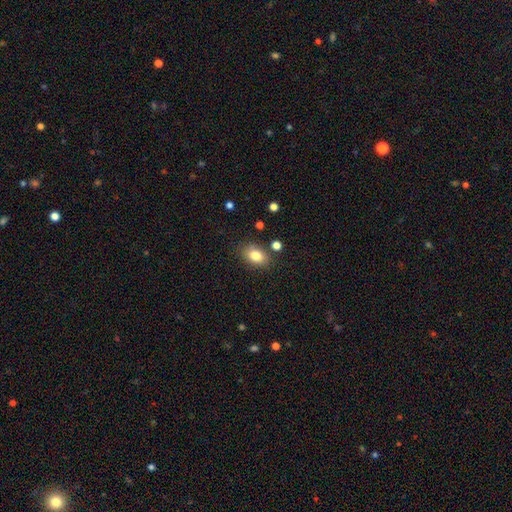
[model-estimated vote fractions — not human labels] smooth-or-featured: smooth: 82% | star or artifact: 9% | featured or disk: 9%
  how-rounded: in between: 80% | round: 18% | cigar-shaped: 1%
  merging: none: 80% | minor disturbance: 12% | merger: 4% | major disturbance: 3%